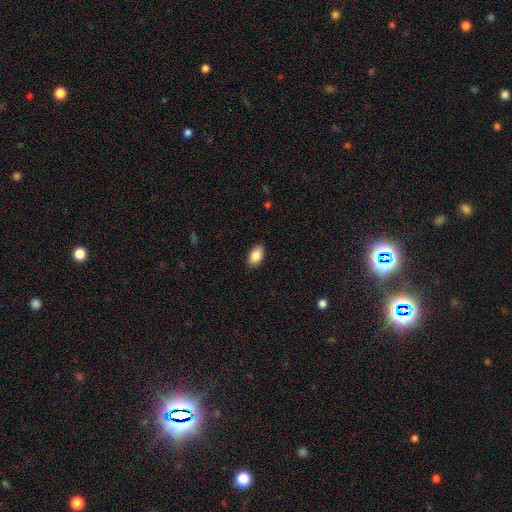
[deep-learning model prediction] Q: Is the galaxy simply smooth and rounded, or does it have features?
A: smooth — 87%.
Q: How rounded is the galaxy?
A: in between — 93%.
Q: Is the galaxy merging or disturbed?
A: none — 89%.